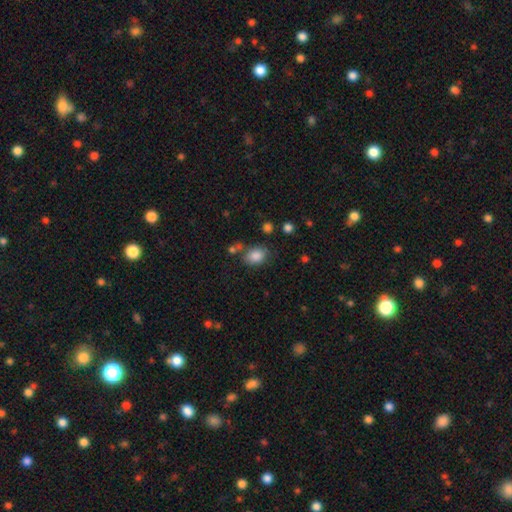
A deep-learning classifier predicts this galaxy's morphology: A smooth galaxy with no disk features (85%) that is in between round and cigar-shaped (67%).

Vote fractions:
- Smooth or featured? smooth: 85% / star or artifact: 9% / featured or disk: 6%
- How rounded? in between: 67% / round: 32% / cigar-shaped: 1%
- Merging? none: 69% / minor disturbance: 17% / merger: 9% / major disturbance: 6%